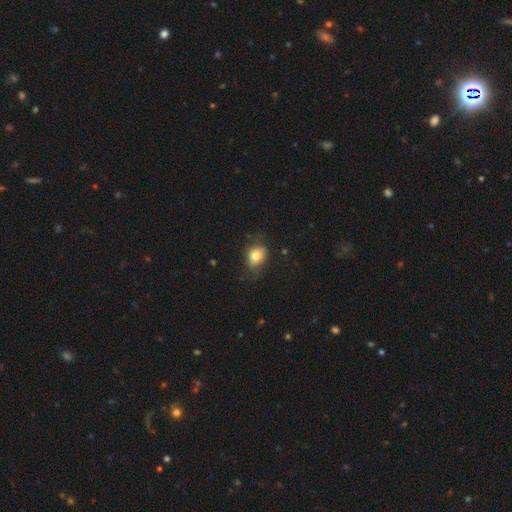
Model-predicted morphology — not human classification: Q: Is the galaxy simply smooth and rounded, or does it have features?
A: smooth — 79%.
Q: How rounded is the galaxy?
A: in between — 57%.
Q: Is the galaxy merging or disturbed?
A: none — 64%.